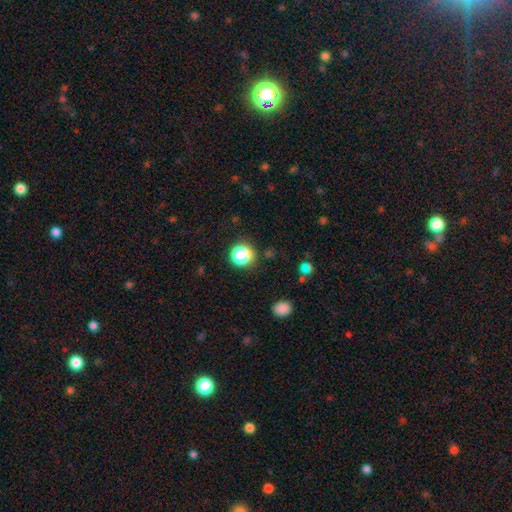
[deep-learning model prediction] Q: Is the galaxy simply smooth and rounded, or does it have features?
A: star or artifact — 52%.